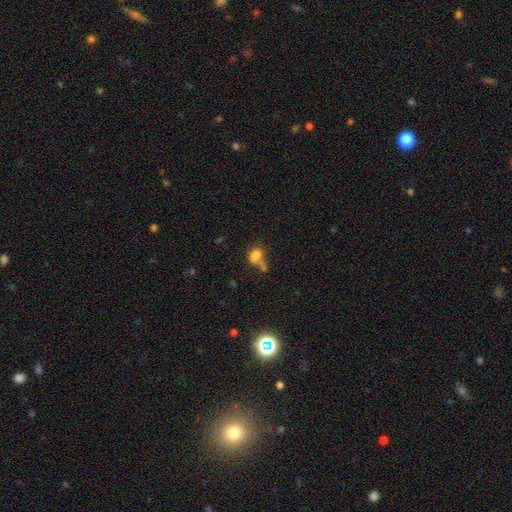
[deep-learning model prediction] This appears to be a smooth galaxy with no disk features (74%) that is in between round and cigar-shaped (65%). Merging: merger (40%).